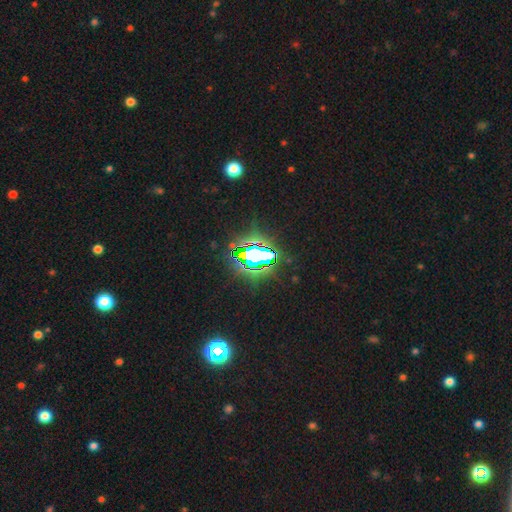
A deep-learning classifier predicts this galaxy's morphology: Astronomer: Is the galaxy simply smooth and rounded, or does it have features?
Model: star or artifact — 76%.